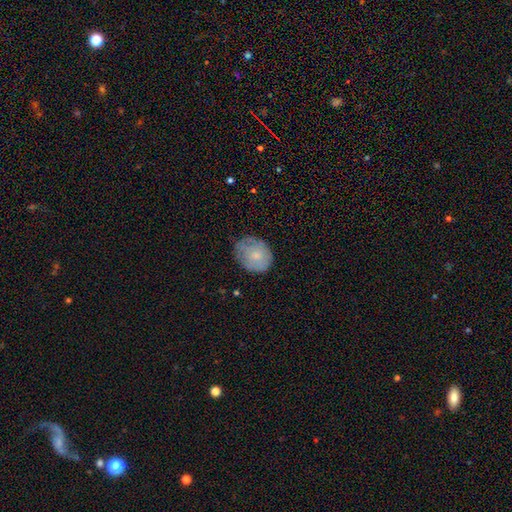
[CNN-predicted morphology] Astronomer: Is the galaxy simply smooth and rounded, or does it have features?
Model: smooth — 67%.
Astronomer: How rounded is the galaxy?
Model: round — 54% (runner-up: in between, 45%).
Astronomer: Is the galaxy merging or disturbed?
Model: none — 64%.